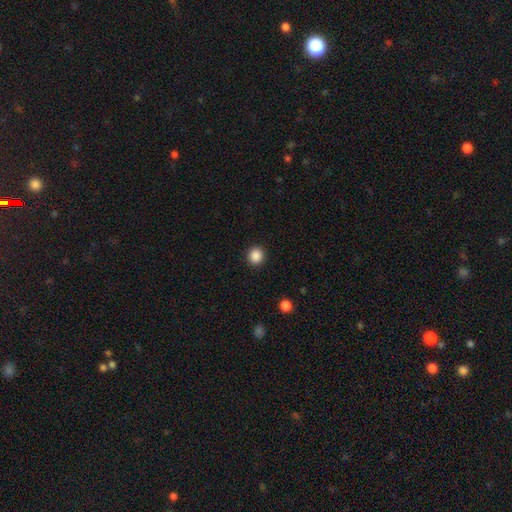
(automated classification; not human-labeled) A smooth galaxy with no disk features (88%) that is round (92%).

Vote fractions:
- Smooth or featured? smooth: 88% / star or artifact: 10% / featured or disk: 3%
- How rounded? round: 92% / in between: 7% / cigar-shaped: 1%
- Merging? none: 92% / minor disturbance: 5% / major disturbance: 2% / merger: 1%